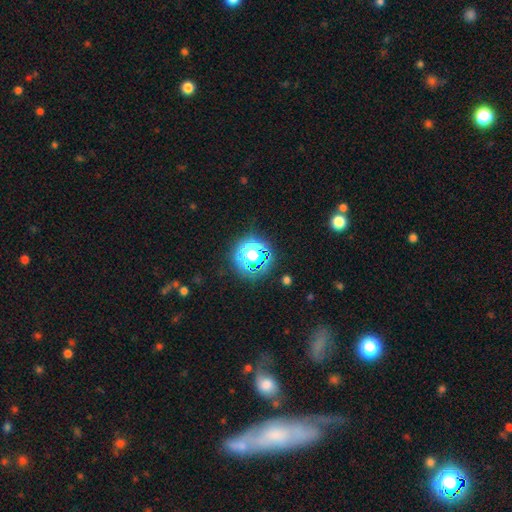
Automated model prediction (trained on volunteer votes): Q: Smooth or featured?
A: star or artifact (50%); runner-up: smooth (38%)